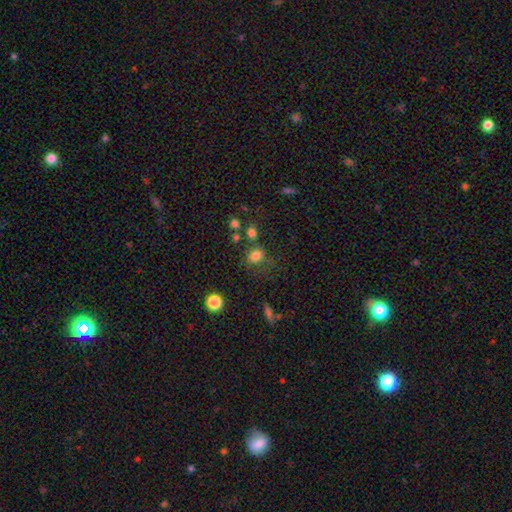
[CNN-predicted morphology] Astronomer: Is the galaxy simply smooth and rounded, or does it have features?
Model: smooth — 78%.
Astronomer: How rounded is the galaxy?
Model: round — 59% (runner-up: in between, 40%).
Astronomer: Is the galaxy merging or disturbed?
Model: none — 62%.